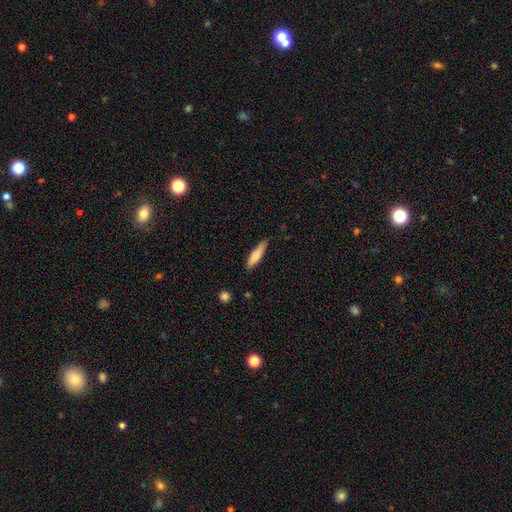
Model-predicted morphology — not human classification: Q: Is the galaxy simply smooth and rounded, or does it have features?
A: smooth — 78%.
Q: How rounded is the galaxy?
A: cigar-shaped — 73%.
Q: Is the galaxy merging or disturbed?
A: none — 79%.